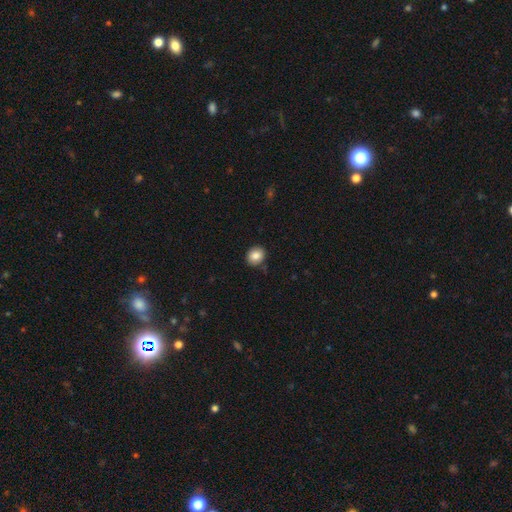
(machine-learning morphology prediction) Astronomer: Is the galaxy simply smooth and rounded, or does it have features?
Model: smooth — 85%.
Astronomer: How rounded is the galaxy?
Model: round — 72%.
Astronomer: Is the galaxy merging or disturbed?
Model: none — 86%.